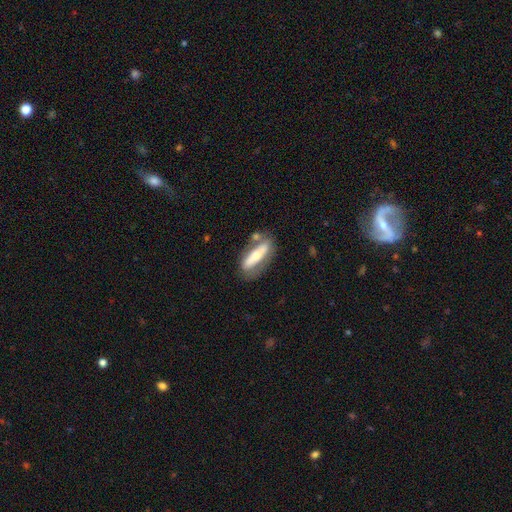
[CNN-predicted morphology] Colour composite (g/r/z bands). It shows a smooth galaxy with no disk features (47%, tied with featured or disk). Merging: none (61%).